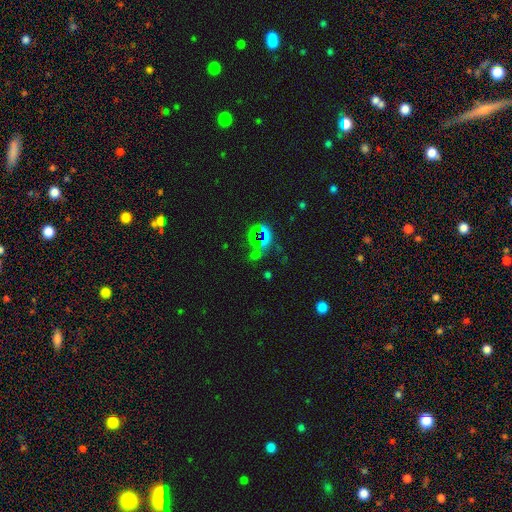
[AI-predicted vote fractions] star or artifact 63%, smooth 20%, featured or disk 16%.